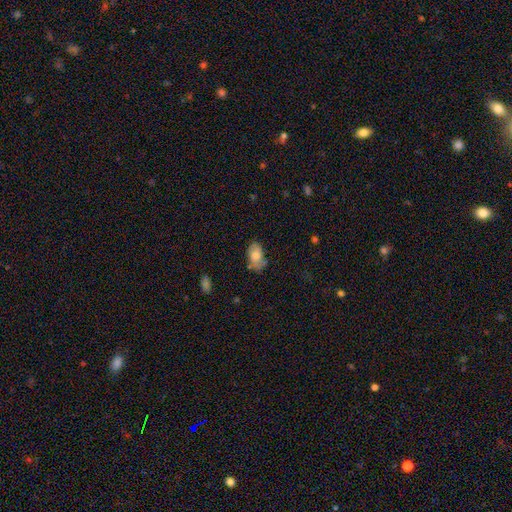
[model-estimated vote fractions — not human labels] Q: Smooth or featured?
A: smooth (62%); runner-up: featured or disk (30%)
Q: How rounded?
A: in between (91%); runner-up: round (7%)
Q: Merging?
A: none (63%); runner-up: minor disturbance (27%)